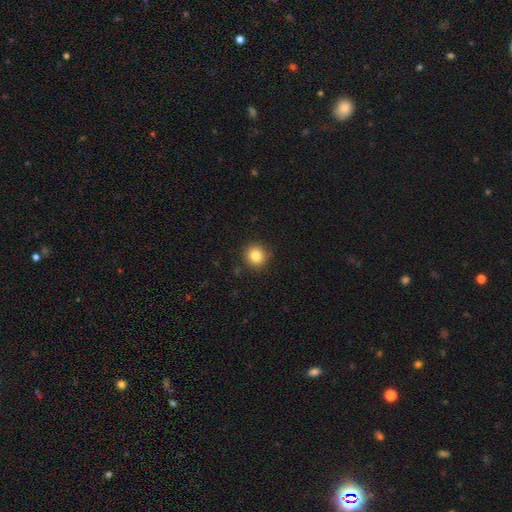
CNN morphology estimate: Smooth or featured: smooth — 84% (star or artifact — 11%)
How rounded: round — 92% (in between — 7%)
Merging: none — 90% (minor disturbance — 7%)